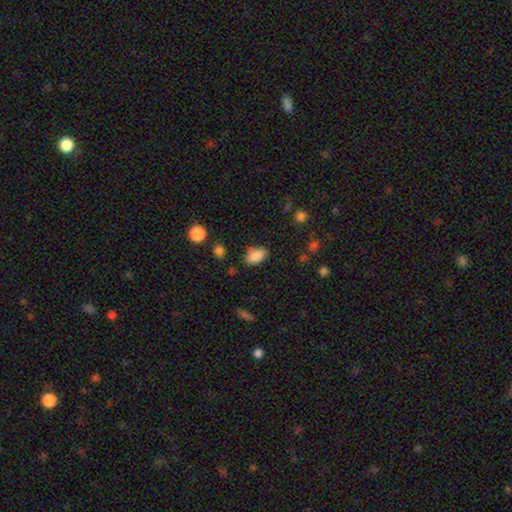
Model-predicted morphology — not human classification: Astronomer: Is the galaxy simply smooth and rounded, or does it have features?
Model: smooth — 86%.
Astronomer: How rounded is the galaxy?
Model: in between — 91%.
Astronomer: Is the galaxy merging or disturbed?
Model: none — 74%.